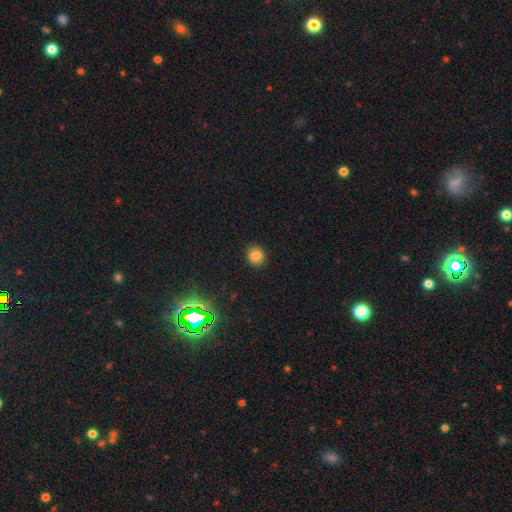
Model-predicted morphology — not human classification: Smooth or featured? Predicted: smooth (p=0.79). How rounded? Predicted: round (p=0.74). Merging? Predicted: none (p=0.88).